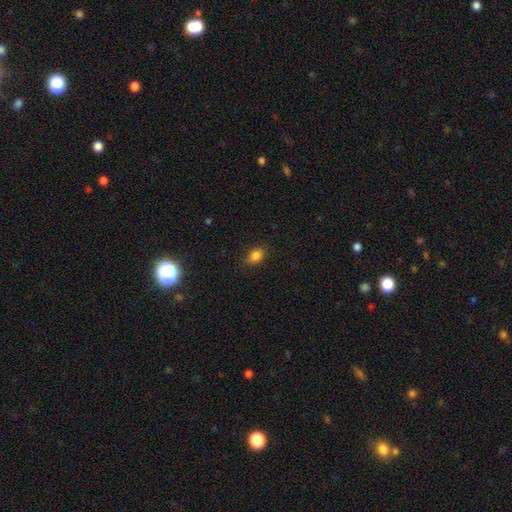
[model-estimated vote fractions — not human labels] Morphology: type=smooth (83%); roundness=in between (65%); merging=none (81%).